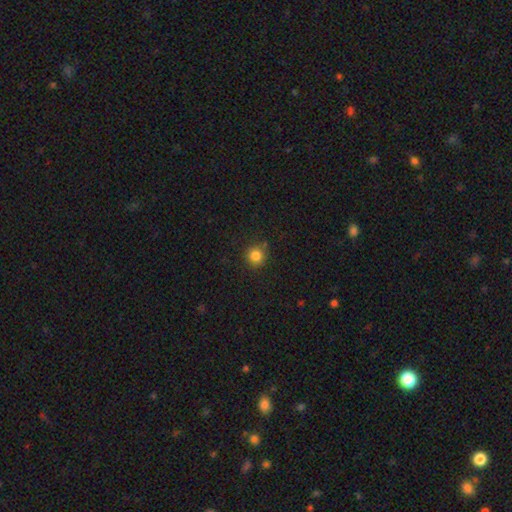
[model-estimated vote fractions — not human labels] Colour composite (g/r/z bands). It shows a smooth galaxy with no disk features (83%) that is round (93%). Merging: none (85%).